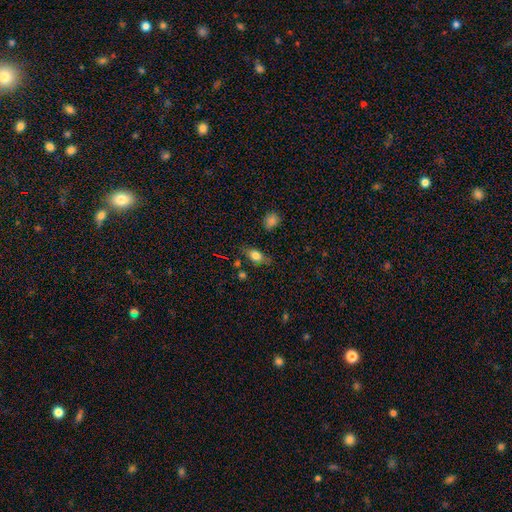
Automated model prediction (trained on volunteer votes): This is likely a smooth galaxy (77%). How rounded: likely in between (78%). Merging: likely none (73%).